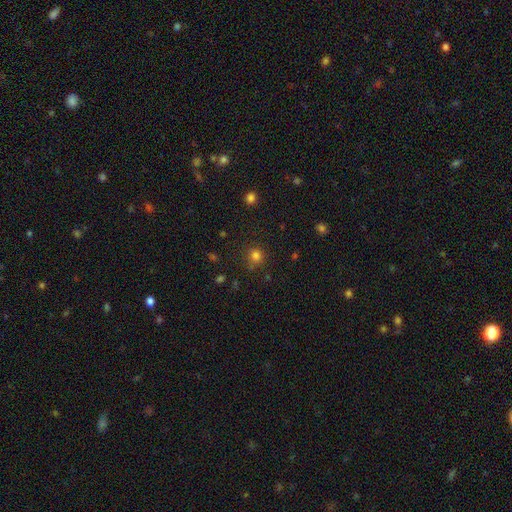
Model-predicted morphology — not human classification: Smooth or featured: smooth — 79% (star or artifact — 16%)
How rounded: round — 90% (in between — 9%)
Merging: none — 79% (minor disturbance — 13%)